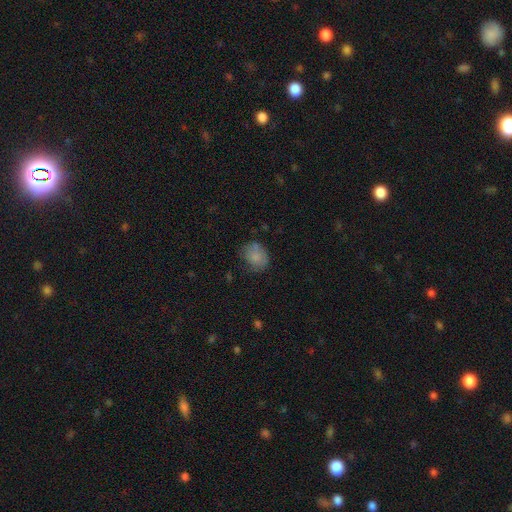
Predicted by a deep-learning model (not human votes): This appears to be a smooth galaxy with no disk features (80%) that is round (55%). Merging: none (61%).